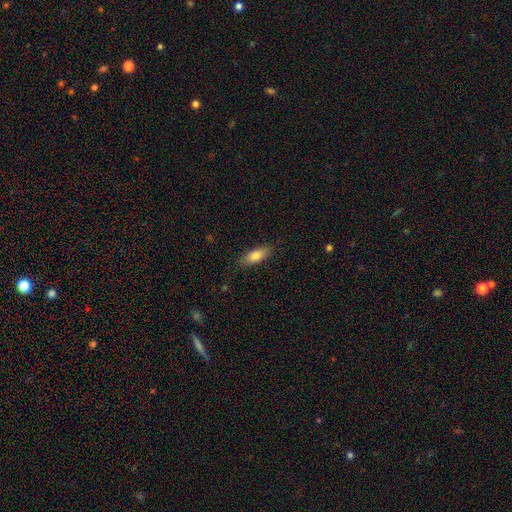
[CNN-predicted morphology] Overall: smooth (81%). How rounded: in between (73%). Merging: none (84%).